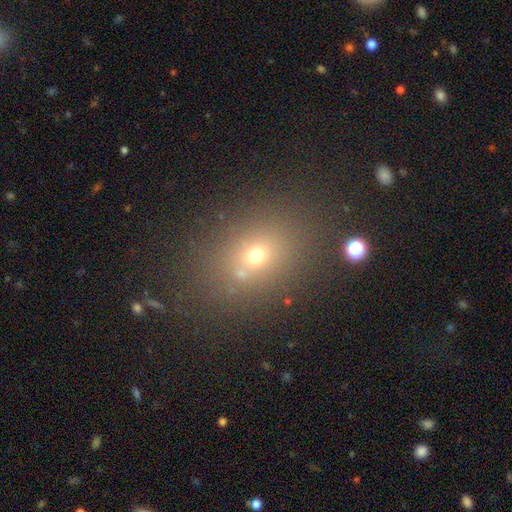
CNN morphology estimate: This appears to be a smooth galaxy with no disk features (60%) that is in between round and cigar-shaped (54%). Merging: none (73%).